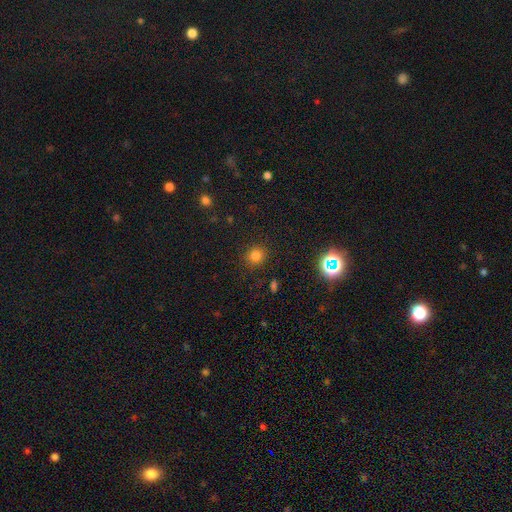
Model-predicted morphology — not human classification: This appears to be a smooth galaxy with no disk features (79%) that is round (87%). Merging: none (89%).